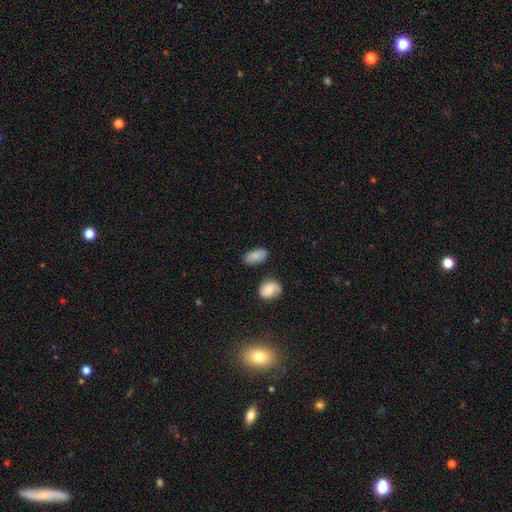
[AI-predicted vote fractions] Overall: smooth (83%). How rounded: in between (91%). Merging: none (78%).